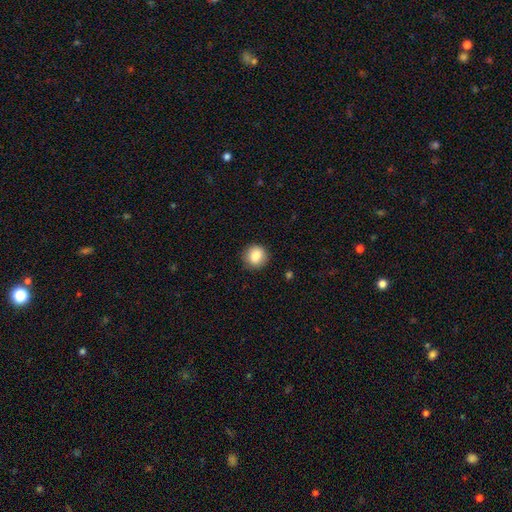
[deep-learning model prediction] Q: Smooth or featured?
A: smooth (87%); runner-up: star or artifact (8%)
Q: How rounded?
A: round (90%); runner-up: in between (9%)
Q: Merging?
A: none (87%); runner-up: minor disturbance (9%)